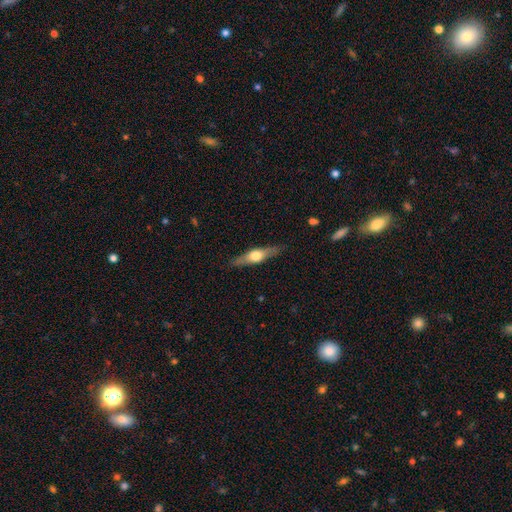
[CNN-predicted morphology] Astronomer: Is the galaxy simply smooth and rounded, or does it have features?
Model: featured or disk — 60%.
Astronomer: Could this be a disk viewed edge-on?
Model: yes — 94%.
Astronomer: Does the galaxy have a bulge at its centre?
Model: rounded — 93%.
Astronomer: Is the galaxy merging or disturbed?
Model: none — 87%.